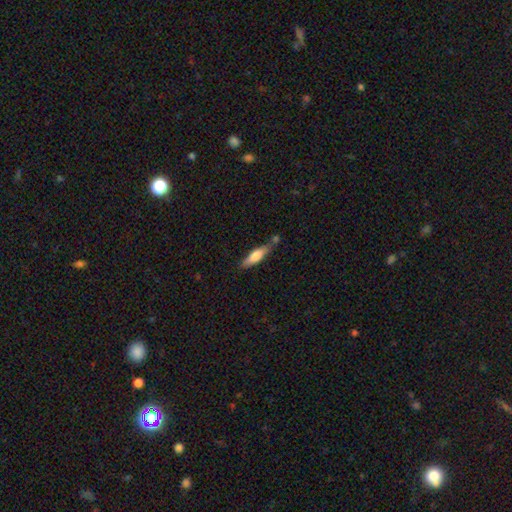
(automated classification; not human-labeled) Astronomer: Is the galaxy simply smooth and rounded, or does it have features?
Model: smooth — 66%.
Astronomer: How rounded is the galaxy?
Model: cigar-shaped — 69%.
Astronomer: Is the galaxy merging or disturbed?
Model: none — 65%.